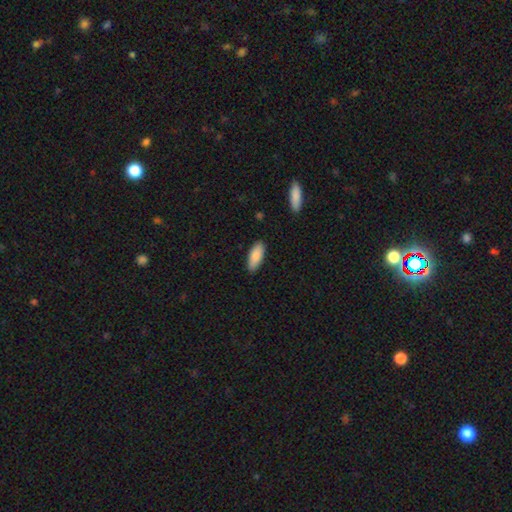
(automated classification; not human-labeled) Overall: smooth (85%). How rounded: in between (77%). Merging: none (87%).